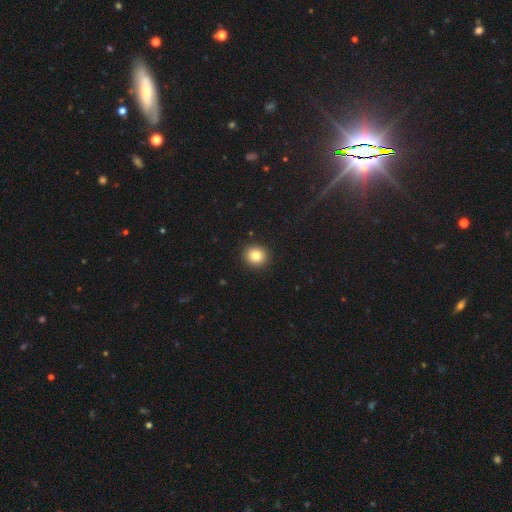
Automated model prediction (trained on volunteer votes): Q: Smooth or featured?
A: smooth (83%); runner-up: star or artifact (10%)
Q: How rounded?
A: round (87%); runner-up: in between (12%)
Q: Merging?
A: none (92%); runner-up: minor disturbance (5%)